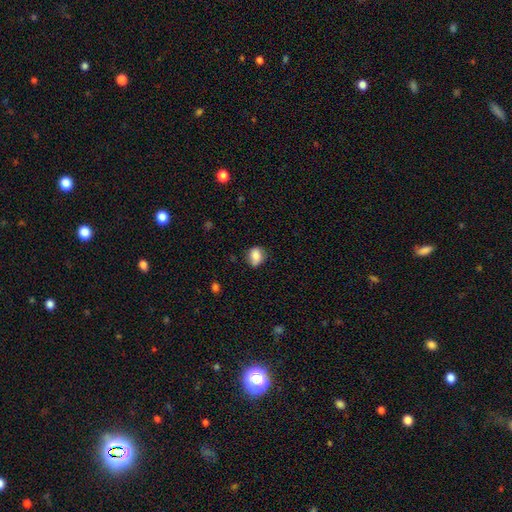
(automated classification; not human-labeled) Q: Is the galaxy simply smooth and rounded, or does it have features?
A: smooth — 82%.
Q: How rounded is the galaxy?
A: in between — 51%.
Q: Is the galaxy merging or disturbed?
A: none — 64%.